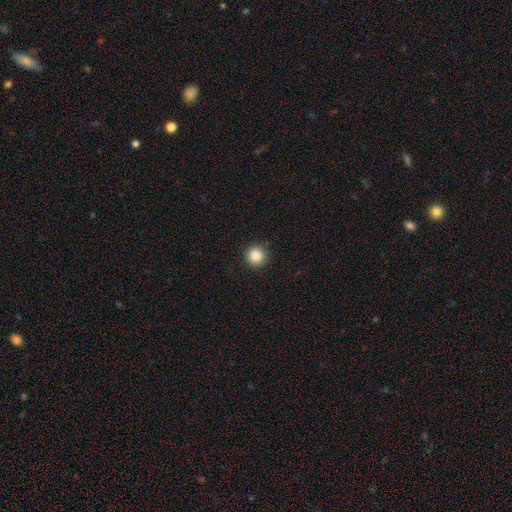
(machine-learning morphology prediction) smooth_or_featured: smooth (p=0.87) [alt: star or artifact p=0.10]
how_rounded: round (p=0.95) [alt: in between p=0.04]
merging: none (p=0.92) [alt: minor disturbance p=0.06]